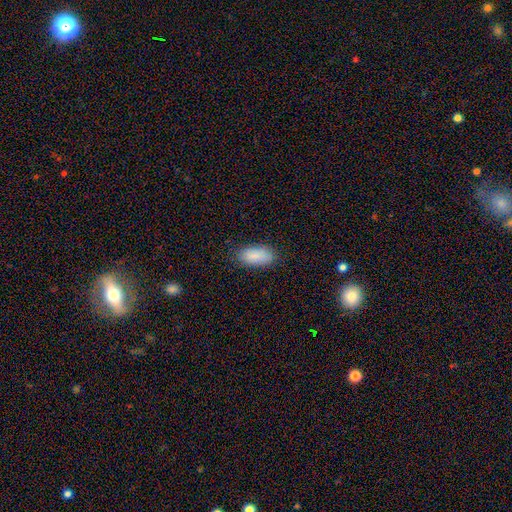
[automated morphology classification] Smooth or featured? Predicted: smooth (p=0.88). How rounded? Predicted: in between (p=0.91). Merging? Predicted: none (p=0.84).